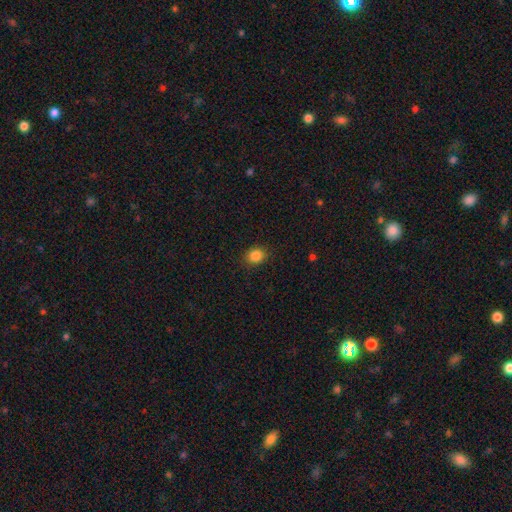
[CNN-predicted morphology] A smooth galaxy with no disk features (84%) that is round (69%).

Vote fractions:
- Smooth or featured? smooth: 84% / star or artifact: 11% / featured or disk: 5%
- How rounded? round: 69% / in between: 30% / cigar-shaped: 1%
- Merging? none: 88% / minor disturbance: 8% / major disturbance: 2% / merger: 1%